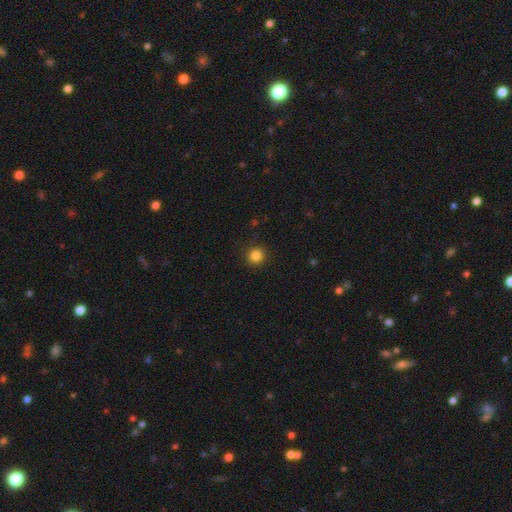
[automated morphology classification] smooth-or-featured: smooth: 83% | star or artifact: 12% | featured or disk: 4%
  how-rounded: round: 93% | in between: 6% | cigar-shaped: 1%
  merging: none: 91% | minor disturbance: 6% | major disturbance: 2% | merger: 1%